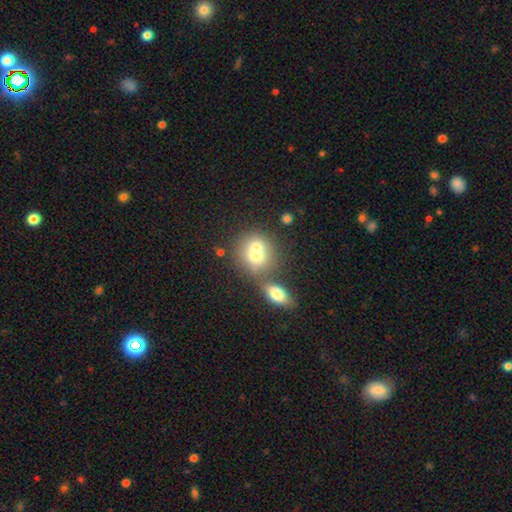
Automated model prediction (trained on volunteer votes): This appears to be a smooth galaxy with no disk features (67%) that is round (74%). Merging: merger (59%).